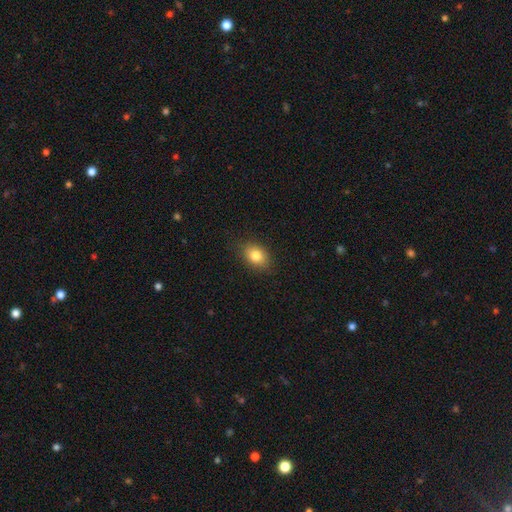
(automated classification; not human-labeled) This appears to be a smooth galaxy with no disk features (83%) that is in between round and cigar-shaped (74%). Merging: none (86%).